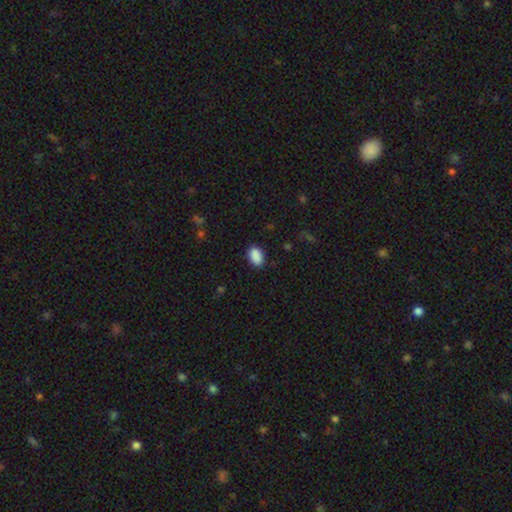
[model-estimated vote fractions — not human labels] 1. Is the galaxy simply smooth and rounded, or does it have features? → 89% smooth, 8% star or artifact, 3% featured or disk.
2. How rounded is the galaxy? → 90% in between, 9% round, 1% cigar-shaped.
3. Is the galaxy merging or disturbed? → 84% none, 12% minor disturbance, 3% major disturbance, 1% merger.